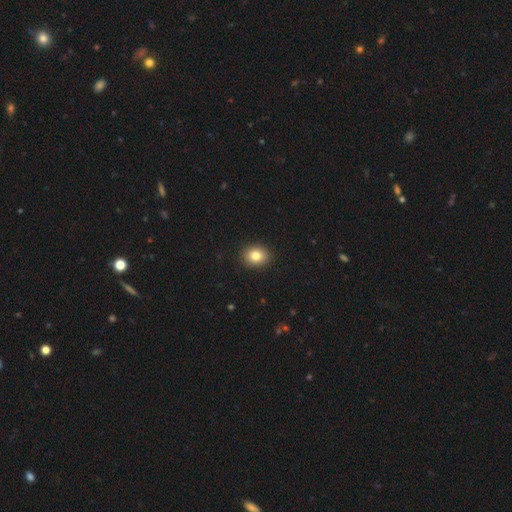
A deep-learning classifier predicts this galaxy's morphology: Smooth or featured? Predicted: smooth (p=0.83). How rounded? Predicted: round (p=0.62). Merging? Predicted: none (p=0.92).